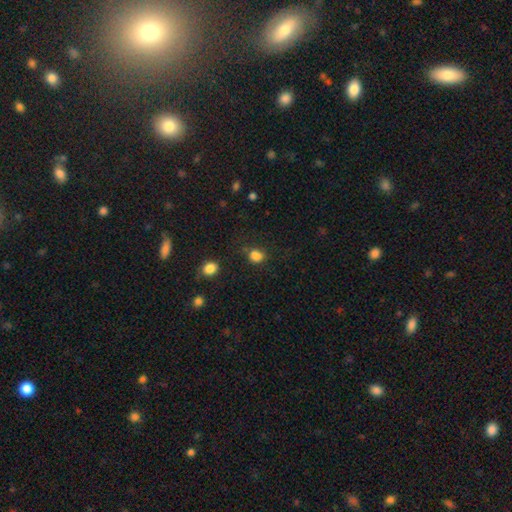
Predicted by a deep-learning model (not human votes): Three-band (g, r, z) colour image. It shows a smooth galaxy with no disk features (82%) that is round (60%). Merging: none (67%).